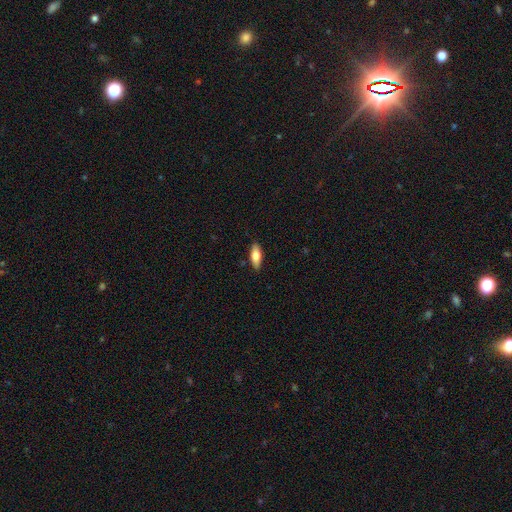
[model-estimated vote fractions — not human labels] Overall: smooth (73%). How rounded: in between (68%; cigar-shaped 30%). Merging: none (87%).